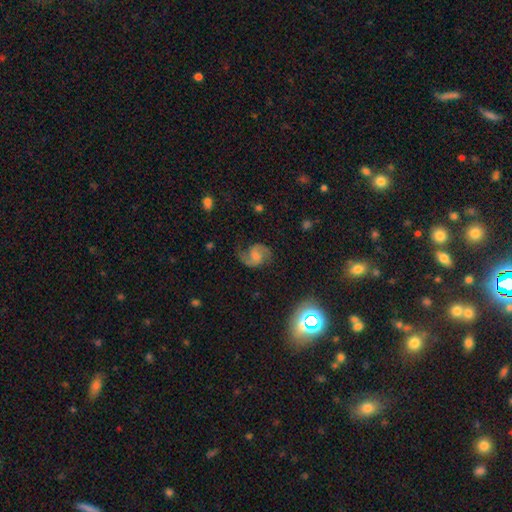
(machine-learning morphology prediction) smooth_or_featured: featured or disk (p=0.83) [alt: smooth p=0.09]
disk_edge_on: no (p=0.98) [alt: yes p=0.02]
bar: no (p=0.56) [alt: weak p=0.37]
has_spiral_arms: yes (p=0.97) [alt: no p=0.03]
spiral_winding: medium (p=0.54) [alt: loose p=0.32]
spiral_arm_count: 2 (p=0.92) [alt: can't tell p=0.02]
bulge_size: small (p=0.35) [alt: none p=0.29]
merging: none (p=0.72) [alt: minor disturbance p=0.17]